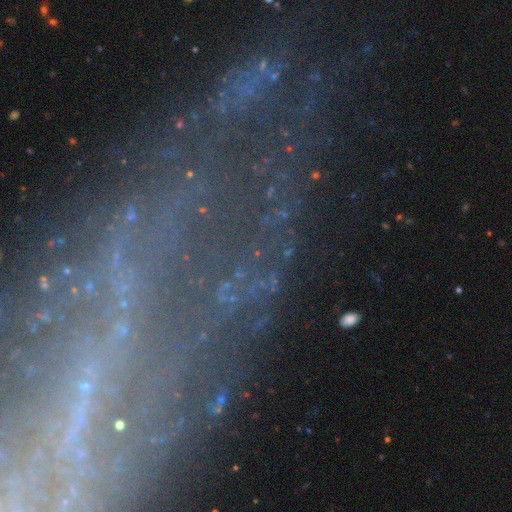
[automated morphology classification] Smooth or featured?
  - featured or disk: 50% *
  - star or artifact: 37%
  - smooth: 13%
Edge-on disk?
  - no: 86% *
  - yes: 14%
Merging?
  - none: 62% *
  - major disturbance: 17%
  - minor disturbance: 16%
  - merger: 5%